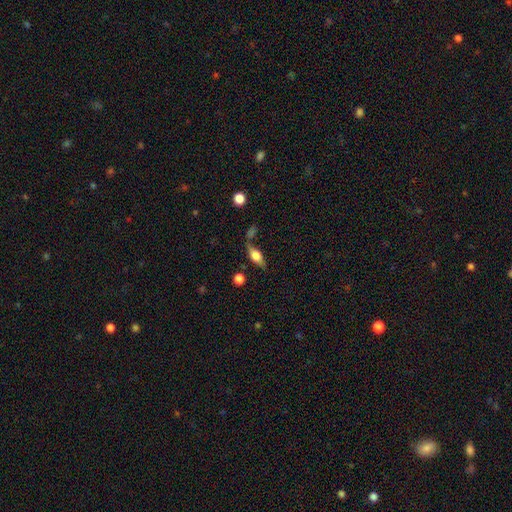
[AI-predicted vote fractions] smooth 56%, featured or disk 36%, star or artifact 9%. Down the decision tree: how rounded — in between (72%); merging — none (62%).